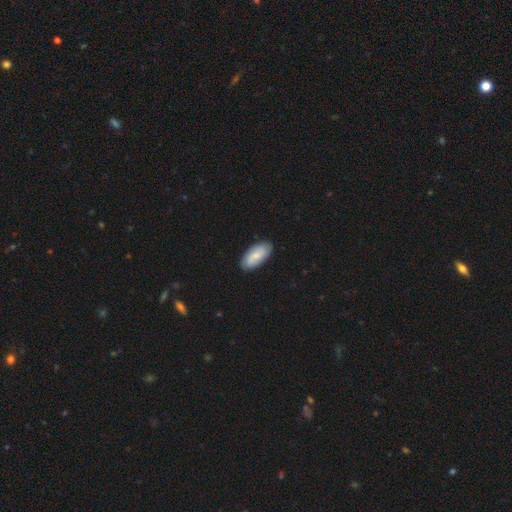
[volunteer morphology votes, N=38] Q: Smooth or featured?
A: smooth (66%); runner-up: featured or disk (29%)
Q: How rounded?
A: in between (92%); runner-up: round (4%)
Q: Merging?
A: none (92%); runner-up: minor disturbance (6%)